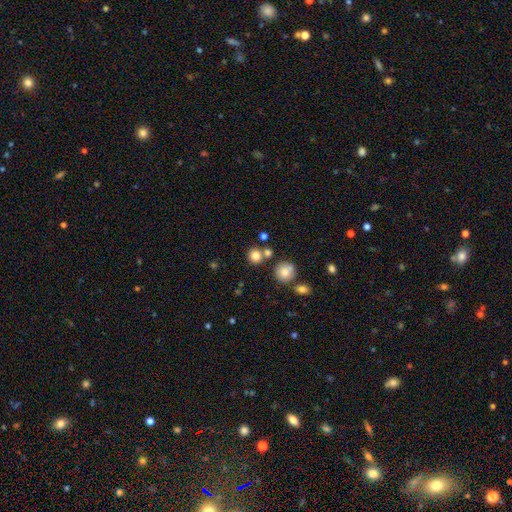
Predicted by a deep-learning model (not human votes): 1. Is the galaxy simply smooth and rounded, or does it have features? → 80% smooth, 13% star or artifact, 7% featured or disk.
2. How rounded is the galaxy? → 91% round, 8% in between, 1% cigar-shaped.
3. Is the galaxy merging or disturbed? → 71% none, 18% merger, 8% minor disturbance, 3% major disturbance.